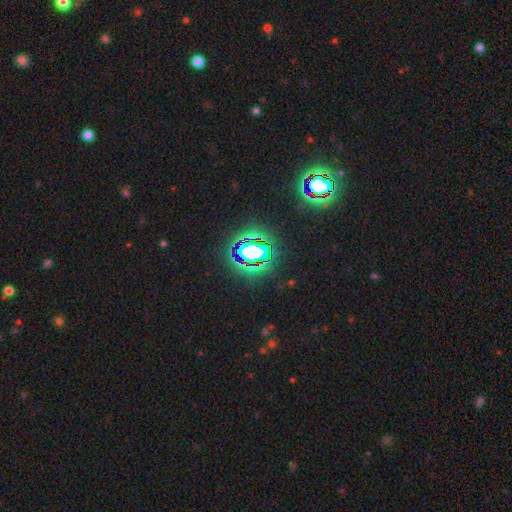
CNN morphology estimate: The model was most divided on "smooth or featured": star or artifact: 67%, smooth: 20%, featured or disk: 13%.